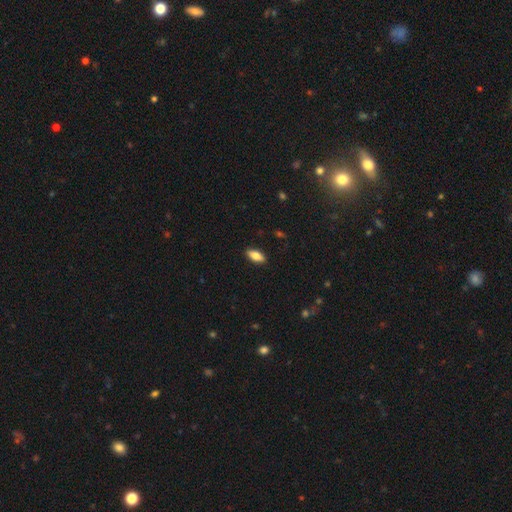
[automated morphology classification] Q: Smooth or featured?
A: smooth (77%); runner-up: featured or disk (16%)
Q: How rounded?
A: in between (83%); runner-up: cigar-shaped (15%)
Q: Merging?
A: none (90%); runner-up: minor disturbance (8%)